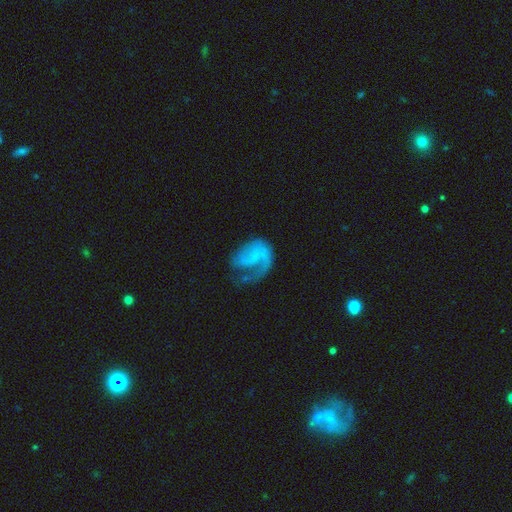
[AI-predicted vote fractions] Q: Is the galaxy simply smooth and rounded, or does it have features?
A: featured or disk — 70%.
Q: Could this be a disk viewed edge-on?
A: no — 98%.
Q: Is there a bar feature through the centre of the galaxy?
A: no — 65%.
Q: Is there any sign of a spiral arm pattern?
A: yes — 86%.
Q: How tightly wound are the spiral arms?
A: loose — 40%.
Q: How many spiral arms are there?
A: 1 — 77%.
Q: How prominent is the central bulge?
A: none — 53%.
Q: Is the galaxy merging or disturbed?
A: major disturbance — 41%.